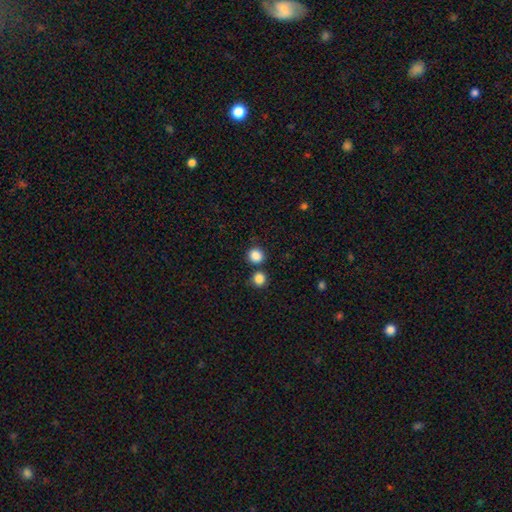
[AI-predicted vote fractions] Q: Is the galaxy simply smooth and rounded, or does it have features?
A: smooth — 86%.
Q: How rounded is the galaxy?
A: round — 88%.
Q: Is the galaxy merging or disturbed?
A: none — 77%.